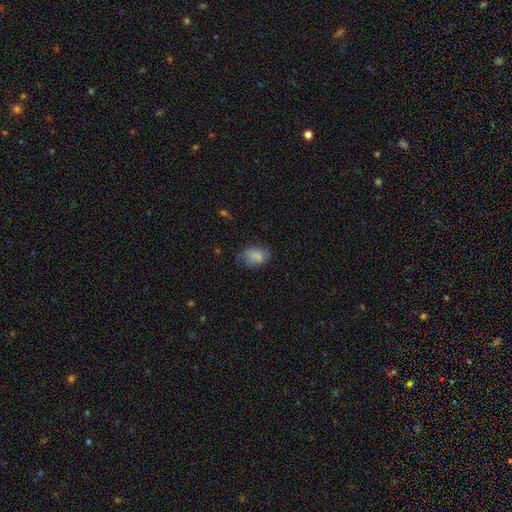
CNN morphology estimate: smooth_or_featured: smooth (p=0.73) [alt: featured or disk p=0.18]
how_rounded: in between (p=0.74) [alt: round p=0.25]
merging: none (p=0.49) [alt: minor disturbance p=0.31]